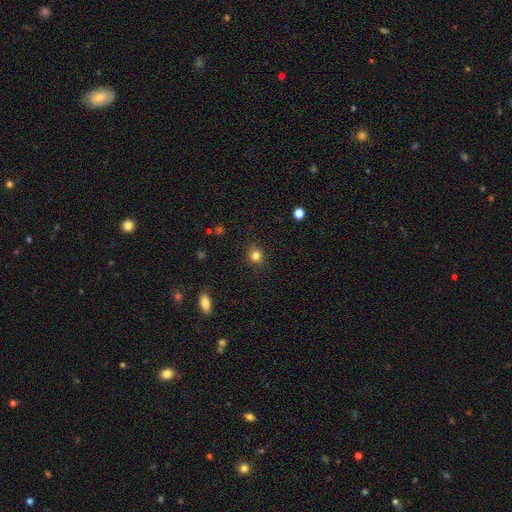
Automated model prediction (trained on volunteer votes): Overall: smooth (81%). How rounded: round (87%). Merging: none (89%).